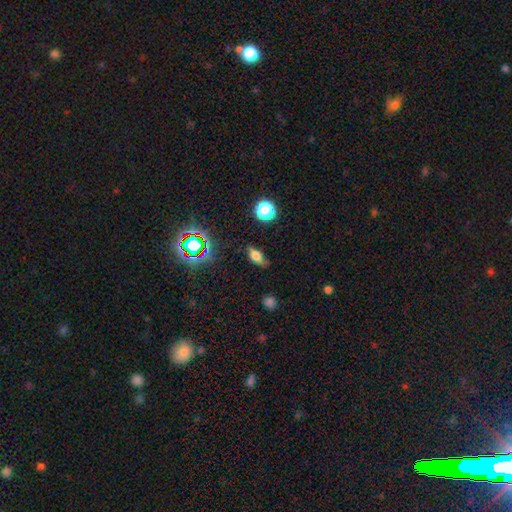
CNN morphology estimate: smooth_or_featured: smooth (p=0.61) [alt: featured or disk p=0.24]
how_rounded: in between (p=0.71) [alt: cigar-shaped p=0.20]
merging: none (p=0.70) [alt: minor disturbance p=0.21]